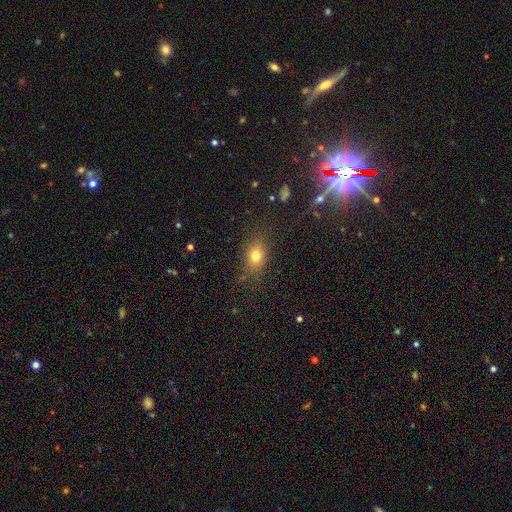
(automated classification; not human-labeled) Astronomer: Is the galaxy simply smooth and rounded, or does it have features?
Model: smooth — 76%.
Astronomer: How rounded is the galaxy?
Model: in between — 63%.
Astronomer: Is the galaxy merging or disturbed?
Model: none — 78%.